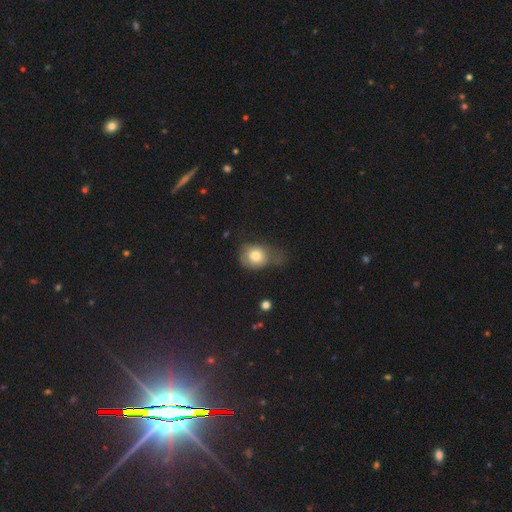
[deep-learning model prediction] This is likely a smooth galaxy (76%). How rounded: possibly round (59%). Merging: marginally minor disturbance (37%).